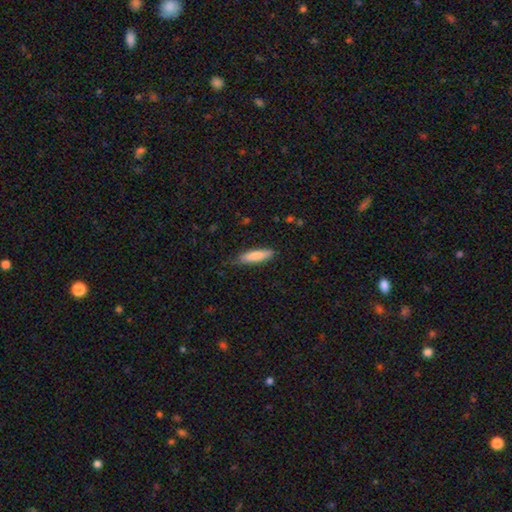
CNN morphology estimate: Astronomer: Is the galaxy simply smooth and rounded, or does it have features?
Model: smooth — 80%.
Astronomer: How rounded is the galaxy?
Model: cigar-shaped — 68%.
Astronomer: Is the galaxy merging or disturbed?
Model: none — 77%.